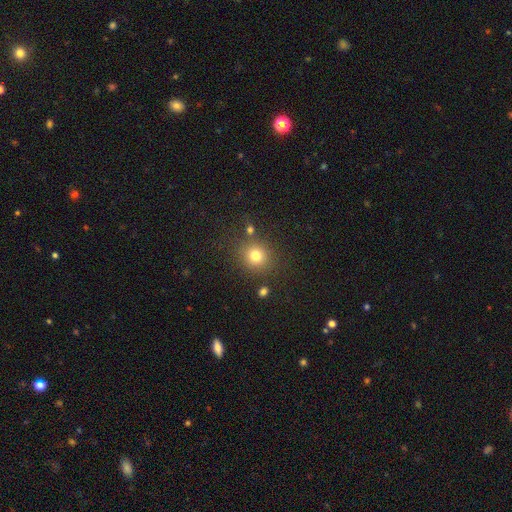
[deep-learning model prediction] Overall: smooth (79%). How rounded: round (86%). Merging: none (81%).